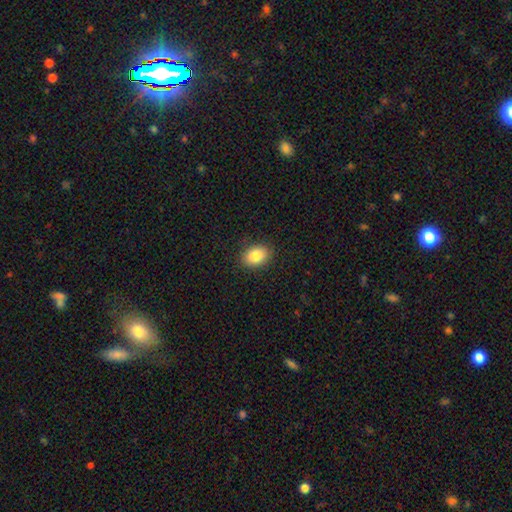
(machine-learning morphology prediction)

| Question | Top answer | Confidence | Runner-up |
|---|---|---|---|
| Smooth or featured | smooth | 85% | star or artifact (8%) |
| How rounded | in between | 78% | round (21%) |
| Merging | none | 88% | minor disturbance (9%) |